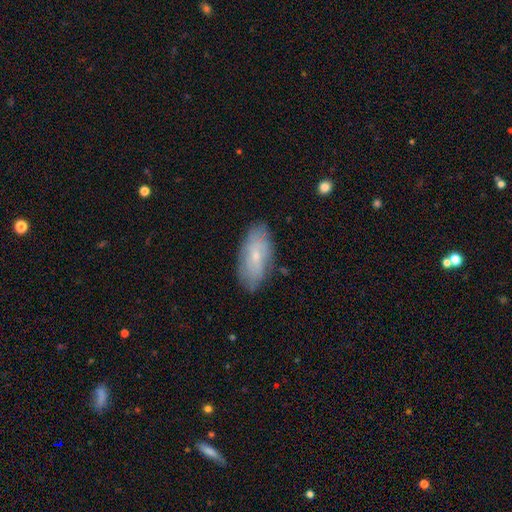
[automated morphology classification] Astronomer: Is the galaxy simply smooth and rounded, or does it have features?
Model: smooth — 53% (runner-up: featured or disk, 39%).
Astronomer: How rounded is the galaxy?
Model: in between — 87%.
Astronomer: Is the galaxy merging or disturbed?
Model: none — 80%.